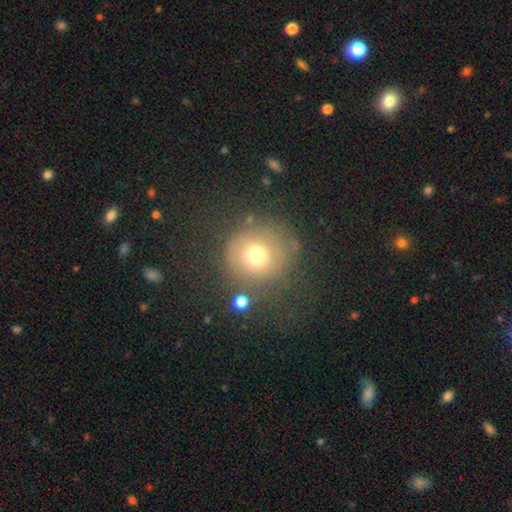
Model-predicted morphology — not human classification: type=smooth (71%); roundness=round (93%); merging=none (74%).